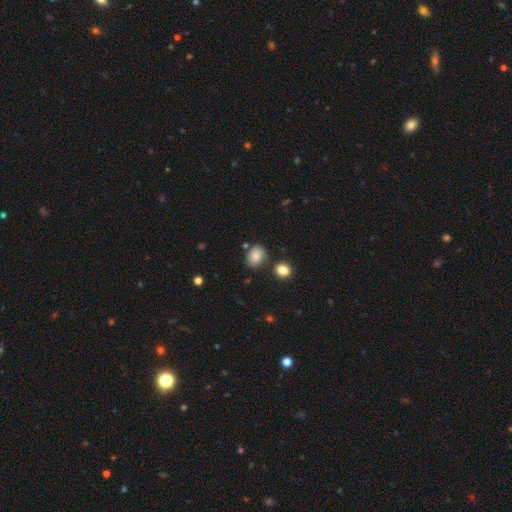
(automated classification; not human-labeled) A smooth galaxy with no disk features (83%) that is in between round and cigar-shaped (59%).

Vote fractions:
- Smooth or featured? smooth: 83% / star or artifact: 10% / featured or disk: 7%
- How rounded? in between: 59% / round: 40% / cigar-shaped: 1%
- Merging? none: 74% / minor disturbance: 14% / merger: 9% / major disturbance: 3%